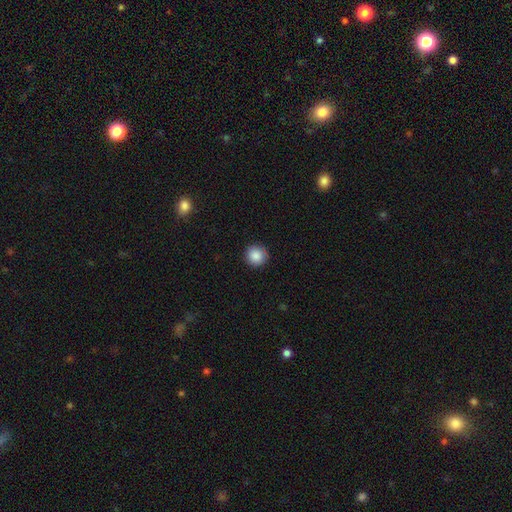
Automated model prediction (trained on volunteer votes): Smooth or featured: smooth — 88% (star or artifact — 9%)
How rounded: round — 95% (in between — 4%)
Merging: none — 91% (minor disturbance — 6%)